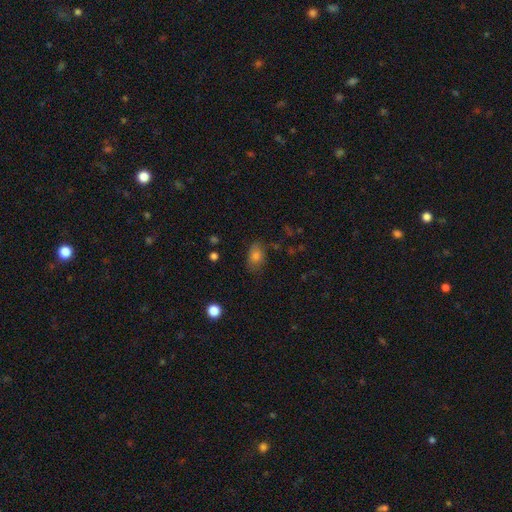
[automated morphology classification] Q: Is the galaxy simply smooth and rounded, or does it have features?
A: smooth — 78%.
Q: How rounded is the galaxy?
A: in between — 80%.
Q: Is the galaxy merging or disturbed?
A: none — 73%.